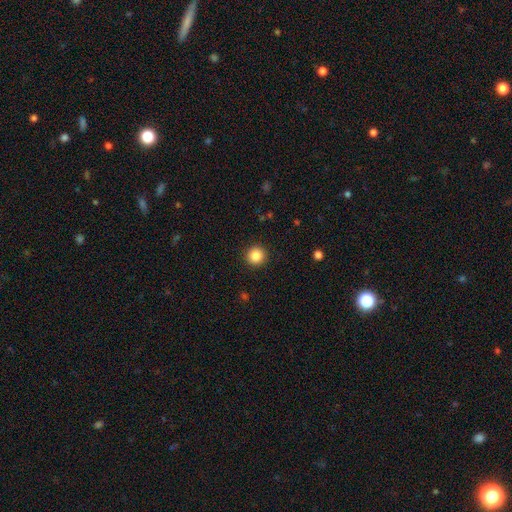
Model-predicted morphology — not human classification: A smooth galaxy with no disk features (86%) that is round (95%). Merging: none (92%).